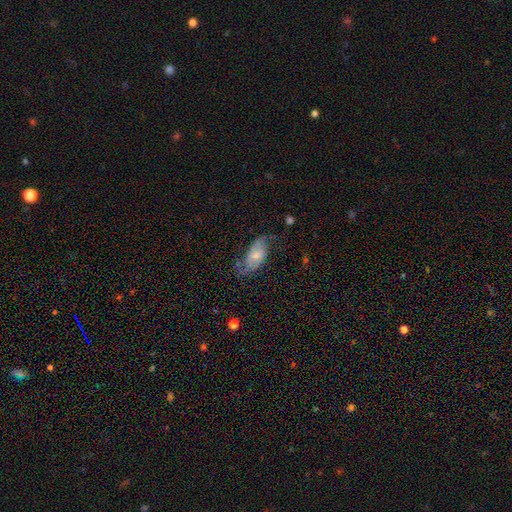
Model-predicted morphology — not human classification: Smooth or featured? Predicted: featured or disk (p=0.54). Edge-on disk? Predicted: no (p=0.92). Merging? Predicted: none (p=0.48).